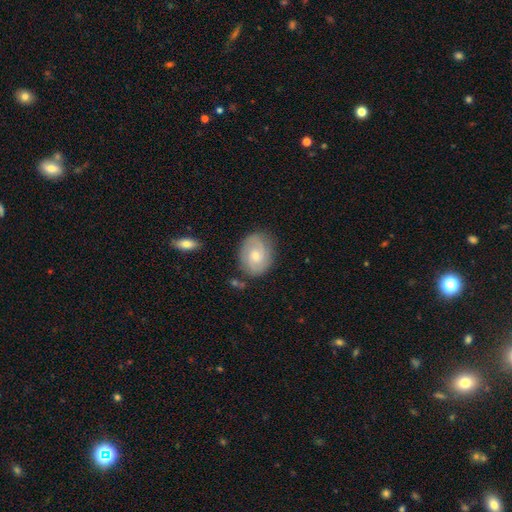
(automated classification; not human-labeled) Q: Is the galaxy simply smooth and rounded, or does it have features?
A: featured or disk — 58%.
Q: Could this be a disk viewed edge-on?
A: no — 97%.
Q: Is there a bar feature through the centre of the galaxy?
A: no — 66%.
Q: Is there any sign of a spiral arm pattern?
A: yes — 86%.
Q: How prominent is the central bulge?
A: moderate — 51%.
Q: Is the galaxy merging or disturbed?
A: none — 75%.